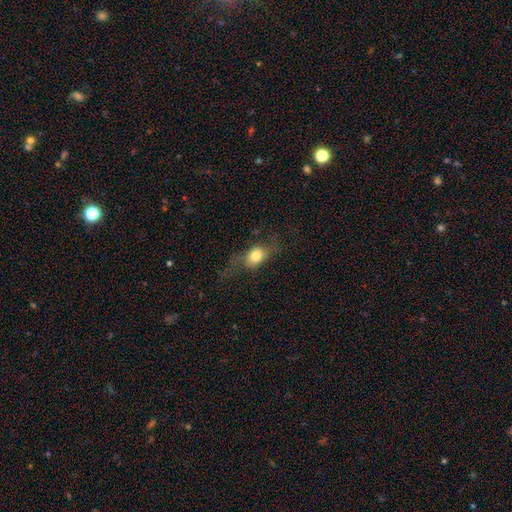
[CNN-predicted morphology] Smooth or featured: smooth — 67% (featured or disk — 25%)
How rounded: in between — 62% (round — 31%)
Merging: none — 47% (major disturbance — 27%)